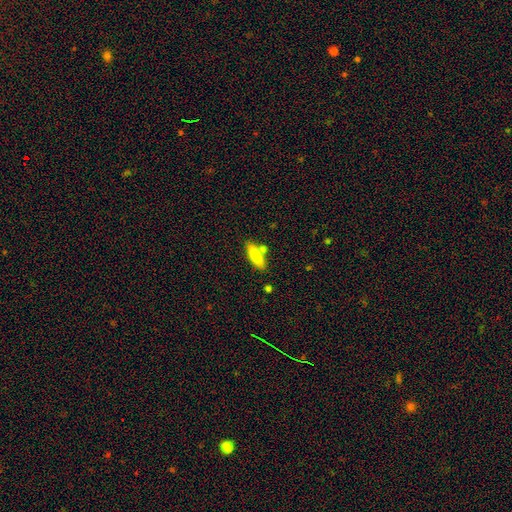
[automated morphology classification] A smooth galaxy with no disk features (79%) that is cigar-shaped (49%, tied with in between).

Vote fractions:
- Smooth or featured? smooth: 79% / featured or disk: 15% / star or artifact: 6%
- How rounded? cigar-shaped: 49% (tied) / in between: 49% (tied) / round: 2%
- Merging? none: 73% / minor disturbance: 12% / merger: 12% / major disturbance: 3%